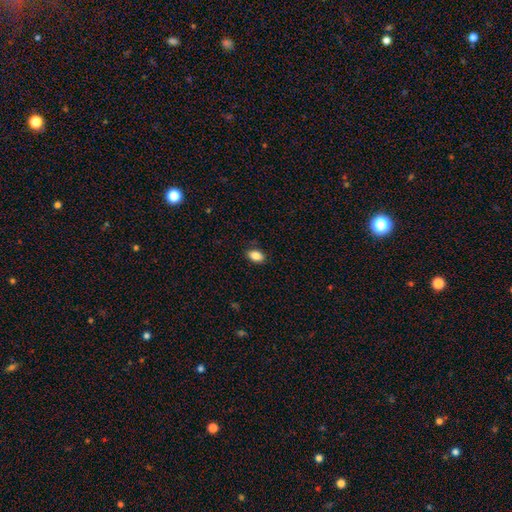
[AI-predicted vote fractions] A smooth galaxy with no disk features (87%) that is in between round and cigar-shaped (88%).

Vote fractions:
- Smooth or featured? smooth: 87% / star or artifact: 8% / featured or disk: 5%
- How rounded? in between: 88% / round: 10% / cigar-shaped: 2%
- Merging? none: 86% / minor disturbance: 11% / major disturbance: 2% / merger: 1%